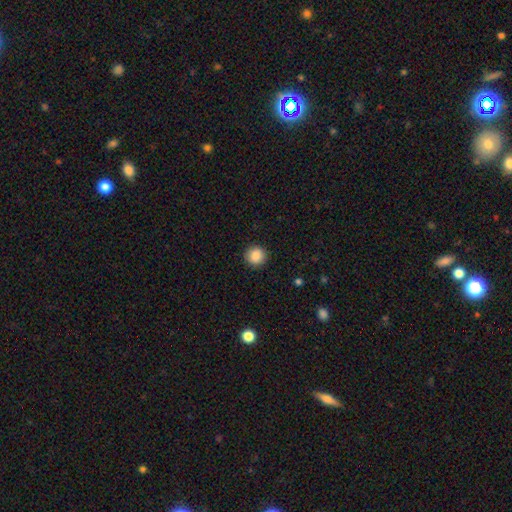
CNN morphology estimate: Smooth or featured: smooth — 87% (star or artifact — 9%)
How rounded: round — 94% (in between — 5%)
Merging: none — 92% (minor disturbance — 6%)